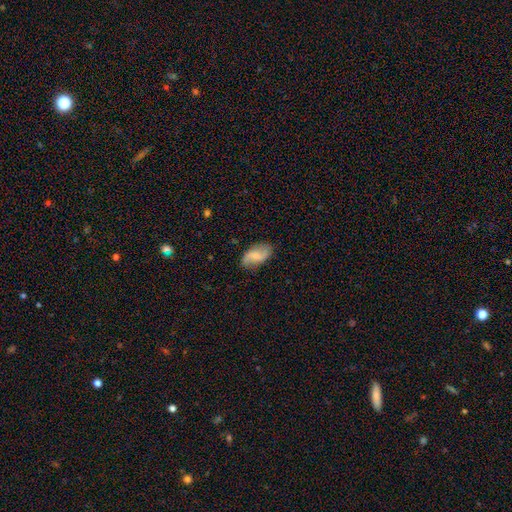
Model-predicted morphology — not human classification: smooth_or_featured: featured or disk (p=0.55) [alt: smooth p=0.38]
disk_edge_on: no (p=0.96) [alt: yes p=0.04]
bar: weak (p=0.44) [tied with: no p=0.44]
has_spiral_arms: yes (p=0.91) [alt: no p=0.09]
bulge_size: small (p=0.48) [alt: moderate p=0.34]
merging: none (p=0.79) [alt: minor disturbance p=0.16]